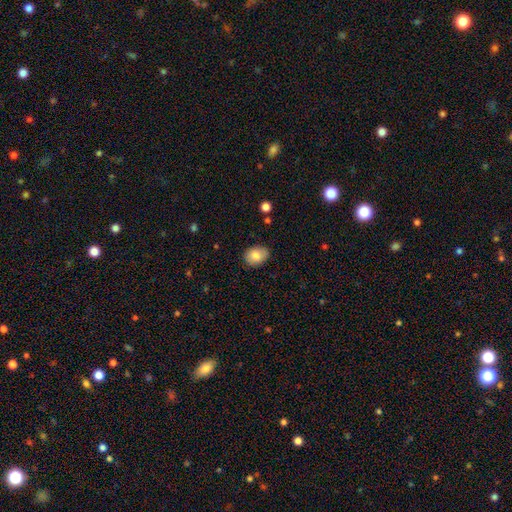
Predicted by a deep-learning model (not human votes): Smooth or featured? smooth (84%)
How rounded? in between (67%)
Merging? none (80%)